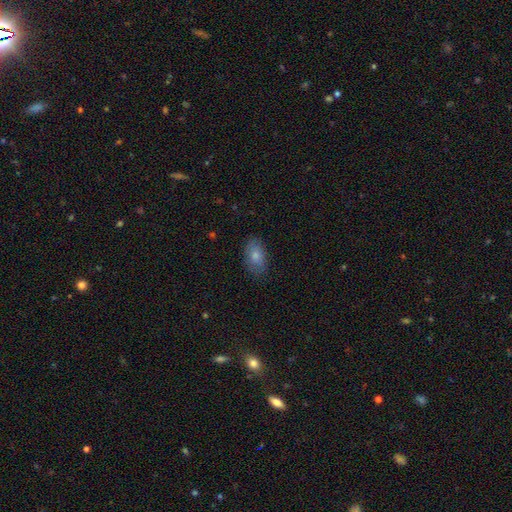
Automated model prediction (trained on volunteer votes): The model was most divided on "merging": none: 81%, minor disturbance: 15%, major disturbance: 3%, merger: 1%. More confident: how rounded — in between (90%); smooth or featured — smooth (80%).